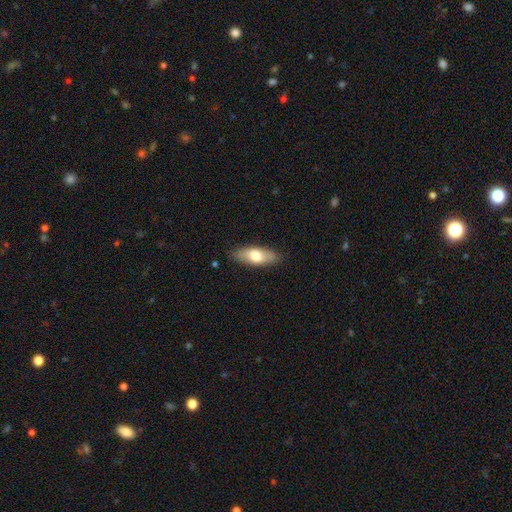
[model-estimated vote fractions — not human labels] smooth 68%, featured or disk 26%, star or artifact 6%. Down the decision tree: how rounded — in between (73%); merging — none (84%).